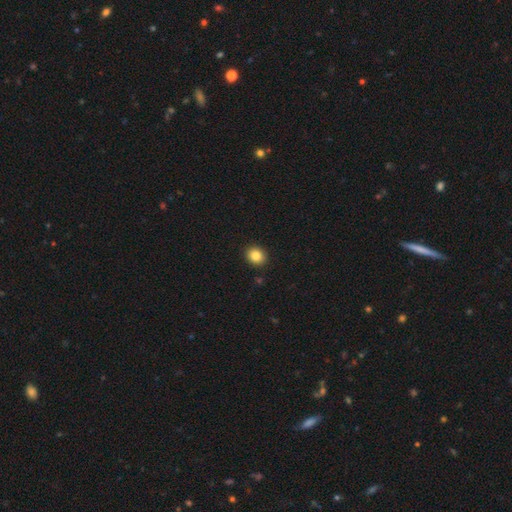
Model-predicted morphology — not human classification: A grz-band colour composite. It shows a smooth galaxy with no disk features (85%) that is round (72%). Merging: none (91%).